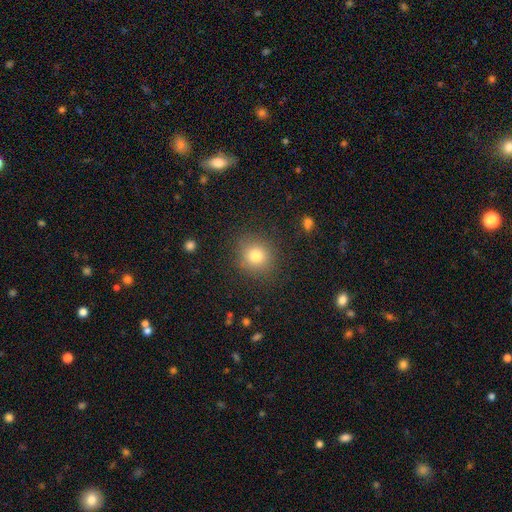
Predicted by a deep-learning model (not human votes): A smooth galaxy with no disk features (79%) that is round (85%).

Vote fractions:
- Smooth or featured? smooth: 79% / star or artifact: 13% / featured or disk: 8%
- How rounded? round: 85% / in between: 14% / cigar-shaped: 1%
- Merging? none: 86% / minor disturbance: 9% / major disturbance: 3% / merger: 1%